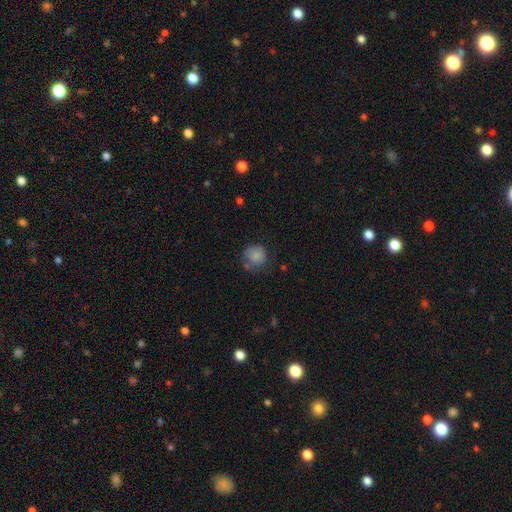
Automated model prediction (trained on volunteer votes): smooth_or_featured: smooth (p=0.82) [alt: star or artifact p=0.09]
how_rounded: round (p=0.86) [alt: in between p=0.13]
merging: none (p=0.61) [alt: minor disturbance p=0.25]